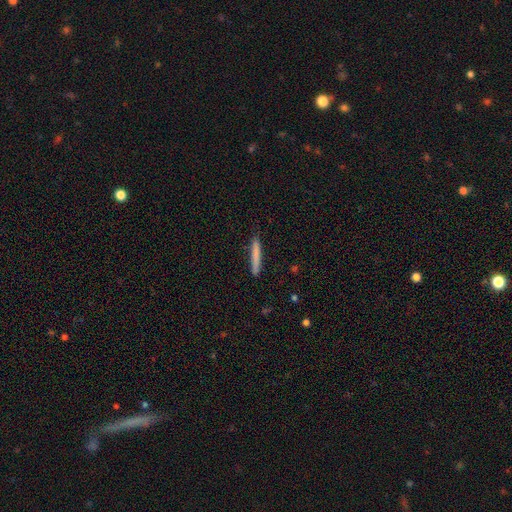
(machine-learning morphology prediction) The model was most divided on "smooth or featured": smooth: 77%, featured or disk: 17%, star or artifact: 6%. More confident: how rounded — cigar-shaped (96%); merging — none (88%).